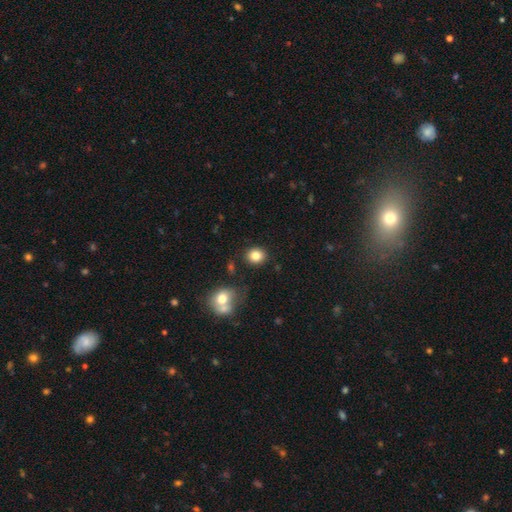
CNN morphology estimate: Smooth or featured?
  - smooth: 83% *
  - star or artifact: 10%
  - featured or disk: 7%
How rounded?
  - round: 73% *
  - in between: 26%
  - cigar-shaped: 1%
Merging?
  - none: 86% *
  - minor disturbance: 8%
  - merger: 4%
  - major disturbance: 3%